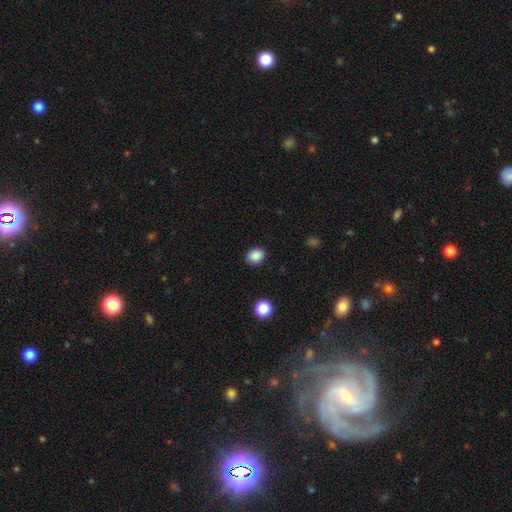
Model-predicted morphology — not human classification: smooth 88%, star or artifact 9%, featured or disk 3%. Down the decision tree: how rounded — round (51%); merging — none (89%).